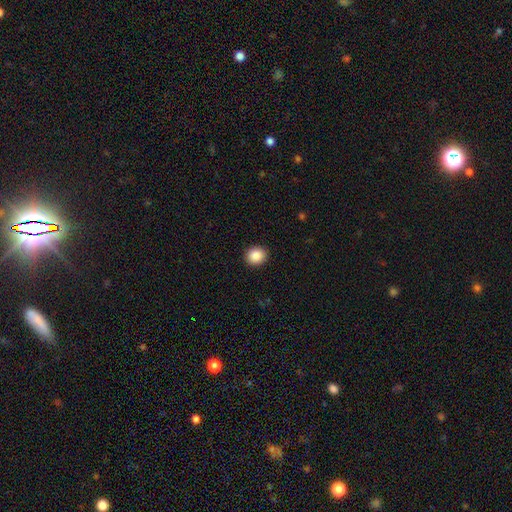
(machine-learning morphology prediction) A smooth galaxy with no disk features (89%) that is round (79%).

Vote fractions:
- Smooth or featured? smooth: 89% / star or artifact: 9% / featured or disk: 3%
- How rounded? round: 79% / in between: 20% / cigar-shaped: 1%
- Merging? none: 92% / minor disturbance: 5% / major disturbance: 2% / merger: 1%